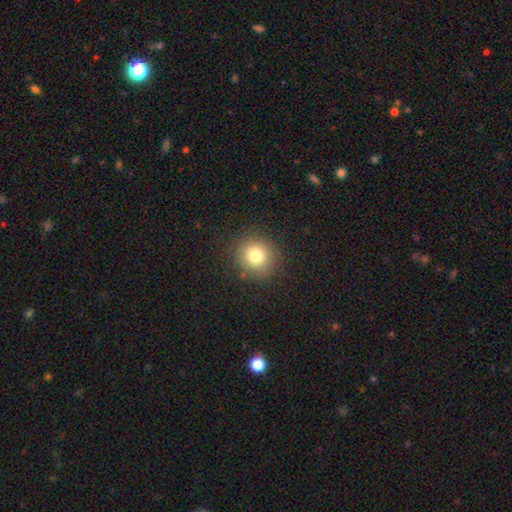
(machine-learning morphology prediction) Smooth or featured? smooth (80%)
How rounded? round (89%)
Merging? none (88%)